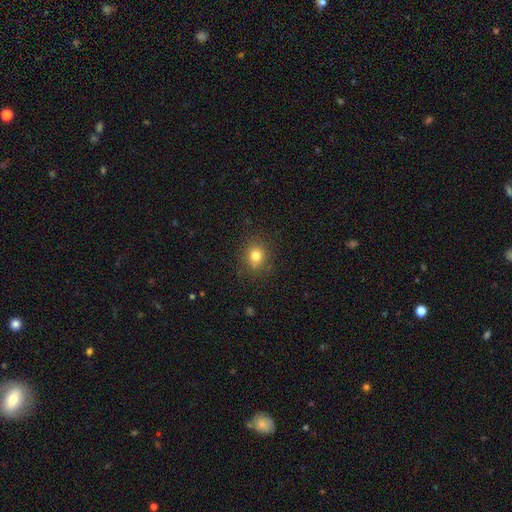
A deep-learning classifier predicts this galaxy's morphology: Smooth or featured? smooth (78%)
How rounded? round (79%)
Merging? none (85%)